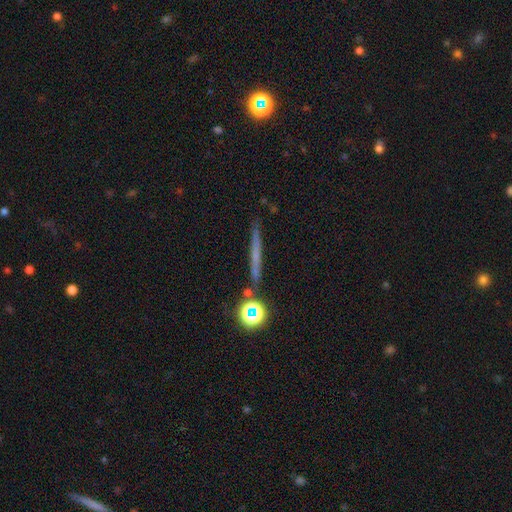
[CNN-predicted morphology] A featured or disk galaxy (41%).

Vote fractions:
- Smooth or featured? featured or disk: 41% / smooth: 40% / star or artifact: 18%
- Merging? none: 86% / minor disturbance: 8% / merger: 3% / major disturbance: 2%